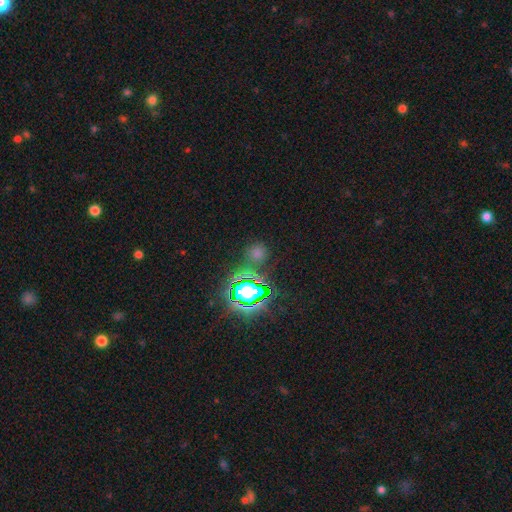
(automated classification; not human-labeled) Morphology: type=smooth (50%); roundness=round (89%); merging=none (78%).